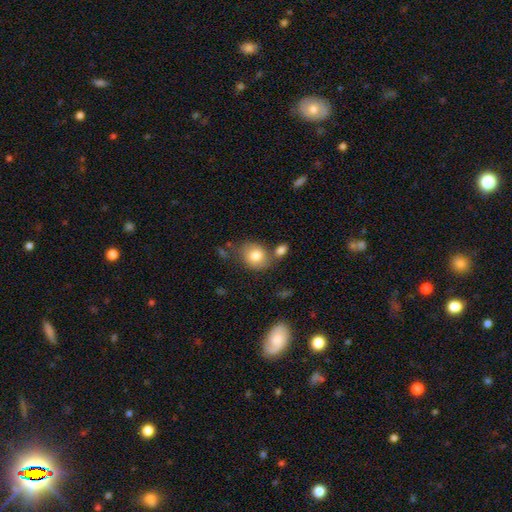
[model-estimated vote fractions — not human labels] This is likely a smooth galaxy (79%). How rounded: possibly round (56%). Merging: likely none (60%).